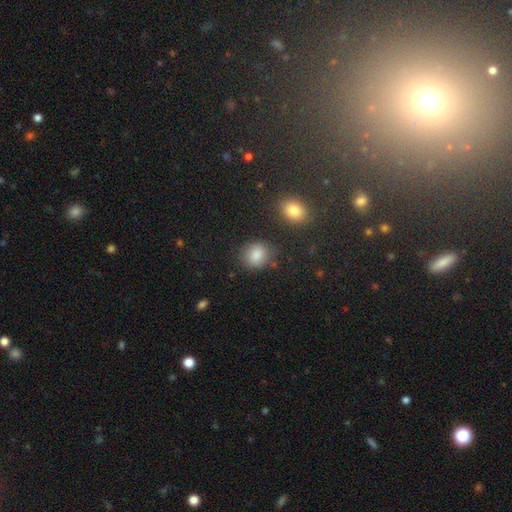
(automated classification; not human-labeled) This is clearly a smooth galaxy (85%). How rounded: likely round (65%). Merging: likely none (78%).